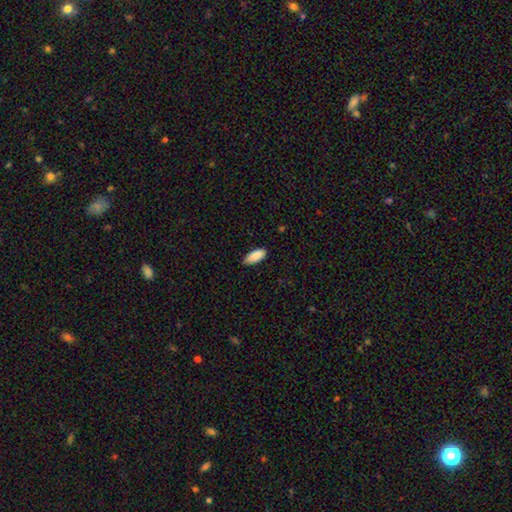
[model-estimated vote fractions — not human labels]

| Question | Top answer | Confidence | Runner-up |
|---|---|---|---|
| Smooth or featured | smooth | 89% | star or artifact (6%) |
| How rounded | in between | 85% | cigar-shaped (14%) |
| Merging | none | 80% | minor disturbance (16%) |